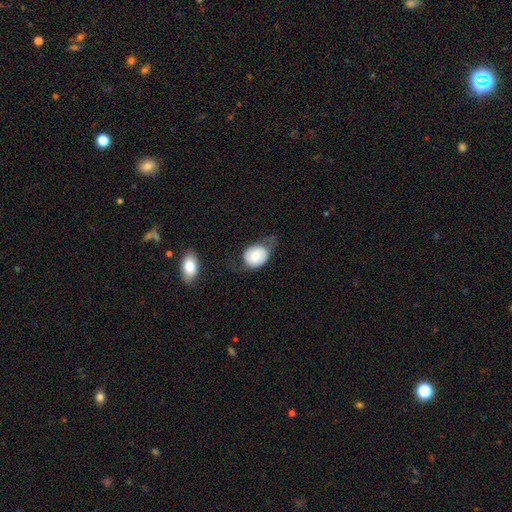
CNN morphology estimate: smooth_or_featured: smooth (p=0.66) [alt: featured or disk p=0.28]
how_rounded: in between (p=0.51) [alt: round p=0.48]
merging: none (p=0.41) [alt: minor disturbance p=0.32]